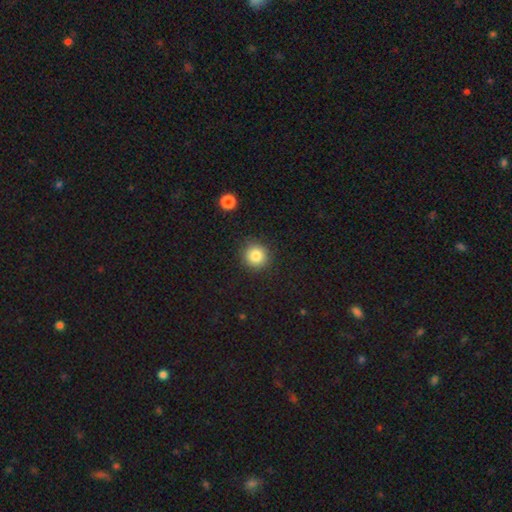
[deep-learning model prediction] The model was most divided on "smooth or featured": smooth: 84%, star or artifact: 11%, featured or disk: 5%. More confident: how rounded — round (93%); merging — none (90%).